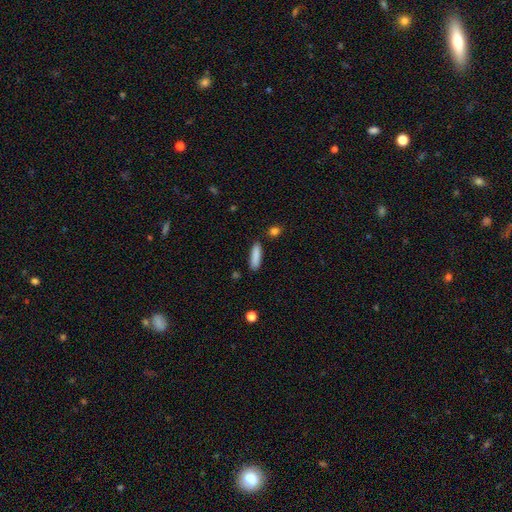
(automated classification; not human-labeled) Smooth or featured? Predicted: smooth (p=0.88). How rounded? Predicted: cigar-shaped (p=0.68). Merging? Predicted: none (p=0.86).